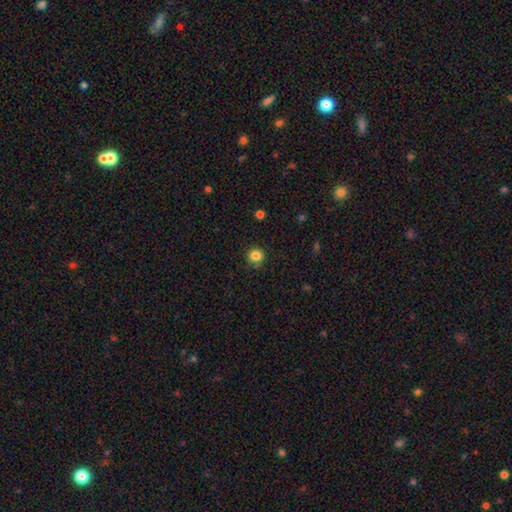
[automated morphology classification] A smooth galaxy with no disk features (84%) that is round (94%). Merging: none (87%).